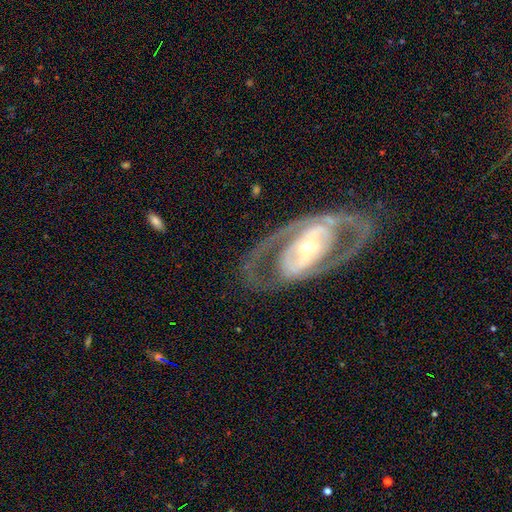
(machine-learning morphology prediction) The model was most divided on "bulge size": moderate: 47%, small: 44%, large: 7%, dominant: 1%, none: 1%. Remaining: edge-on disk — no (92%); smooth or featured — featured or disk (84%); spiral arm count — 2 (83%); merging — none (76%); spiral arms — yes (74%); spiral winding — medium (45%); bar — strong (40%).